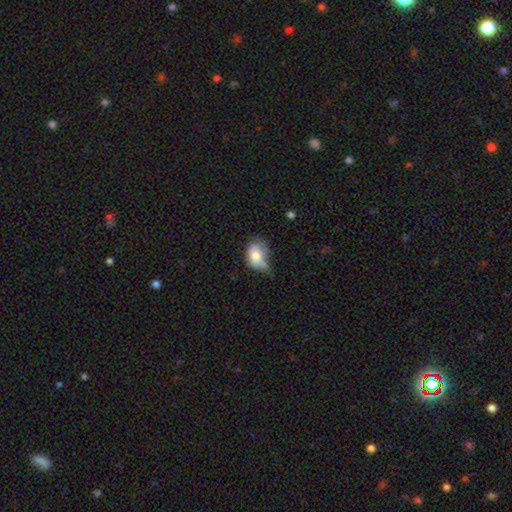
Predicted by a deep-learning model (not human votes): Q: Smooth or featured?
A: smooth (73%); runner-up: featured or disk (18%)
Q: How rounded?
A: in between (70%); runner-up: round (29%)
Q: Merging?
A: minor disturbance (39%); runner-up: major disturbance (26%)